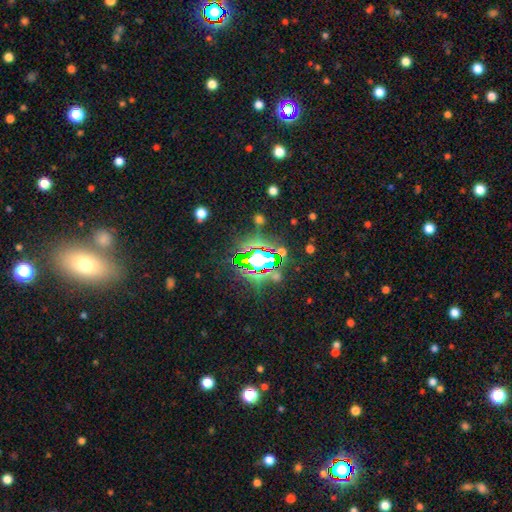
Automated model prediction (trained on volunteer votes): The model was most divided on "smooth or featured": star or artifact: 71%, smooth: 18%, featured or disk: 11%.